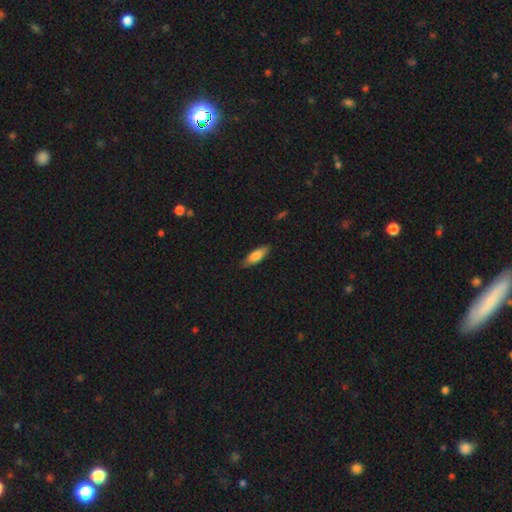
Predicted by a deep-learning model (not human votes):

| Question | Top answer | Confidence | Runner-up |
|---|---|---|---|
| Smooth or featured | smooth | 80% | featured or disk (14%) |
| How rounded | in between | 61% | cigar-shaped (37%) |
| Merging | none | 83% | minor disturbance (14%) |